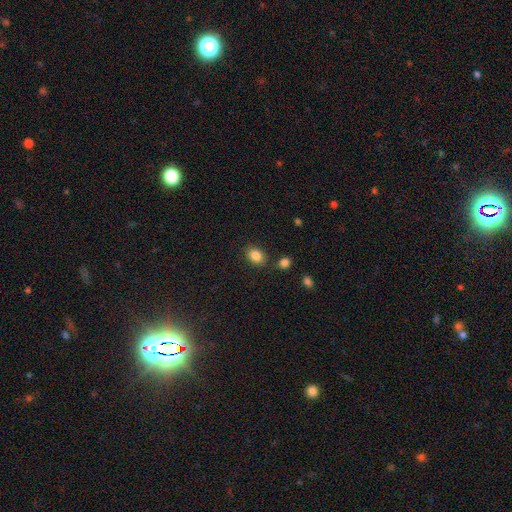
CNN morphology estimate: Overall: smooth (86%). How rounded: in between (74%). Merging: none (80%).